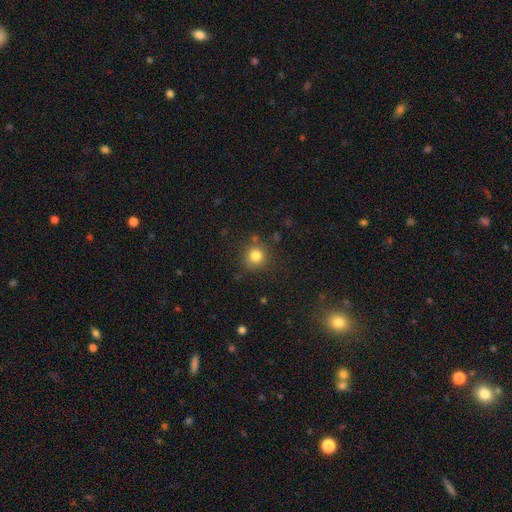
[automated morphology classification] Smooth or featured: smooth — 80% (star or artifact — 13%)
How rounded: round — 90% (in between — 9%)
Merging: none — 81% (minor disturbance — 11%)